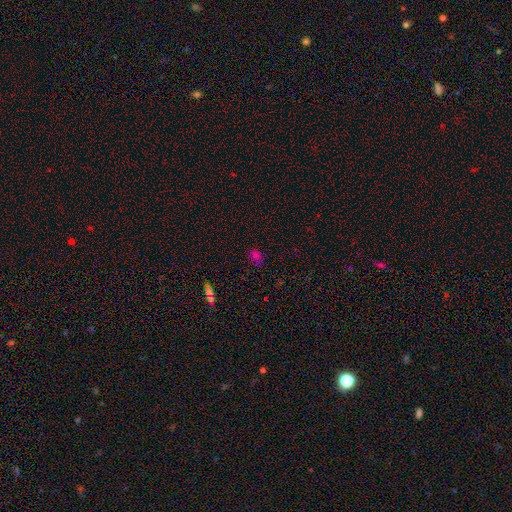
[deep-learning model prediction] A smooth galaxy with no disk features (62%) that is in between round and cigar-shaped (57%). Merging: none (71%).